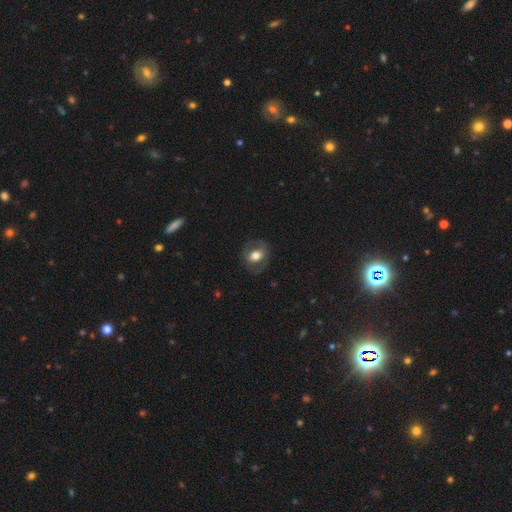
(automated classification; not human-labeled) Smooth or featured?
  - smooth: 58% *
  - featured or disk: 33%
  - star or artifact: 8%
How rounded?
  - in between: 50% *
  - round: 49%
  - cigar-shaped: 1%
Merging?
  - none: 79% *
  - minor disturbance: 13%
  - major disturbance: 7%
  - merger: 1%